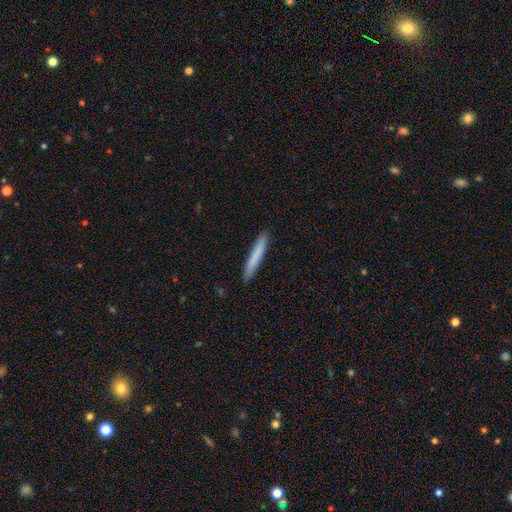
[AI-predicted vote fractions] Morphology: type=smooth (78%); roundness=cigar-shaped (96%); merging=none (91%).